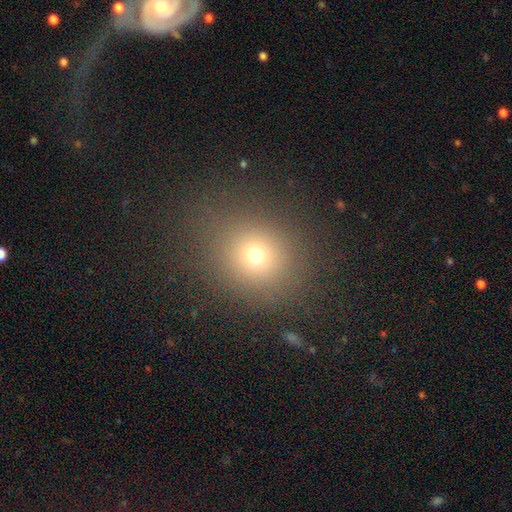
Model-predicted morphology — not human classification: This is likely a smooth galaxy (68%). How rounded: likely round (77%). Merging: clearly none (83%).